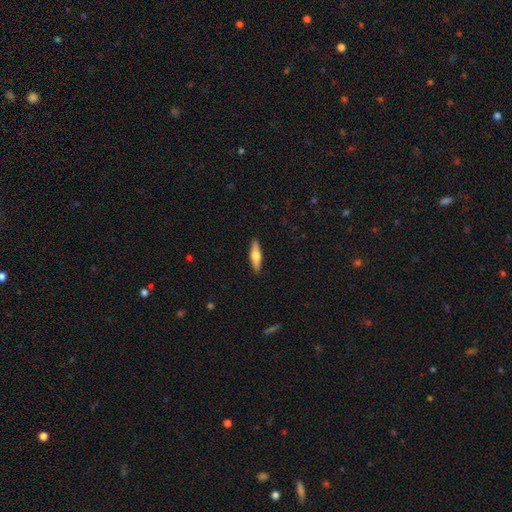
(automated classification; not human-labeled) This appears to be a smooth galaxy with no disk features (49%). Merging: none (90%).